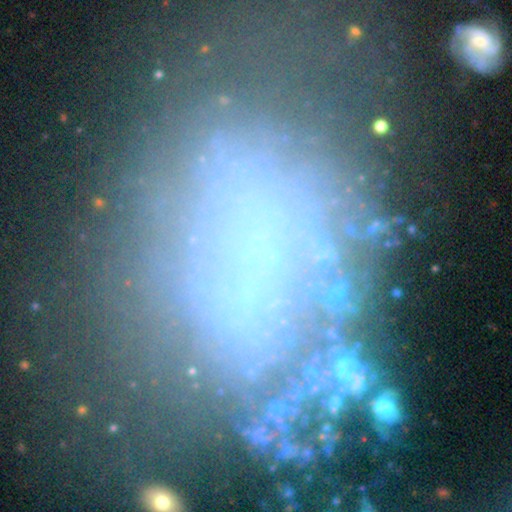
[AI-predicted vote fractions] Smooth or featured: featured or disk — 58% (smooth — 24%)
Edge-on disk: no — 96% (yes — 4%)
Bar: no — 77% (weak — 15%)
Spiral arms: no — 50% (tied with yes — 50%)
Bulge size: none — 45% (small — 39%)
Merging: none — 56% (minor disturbance — 20%)